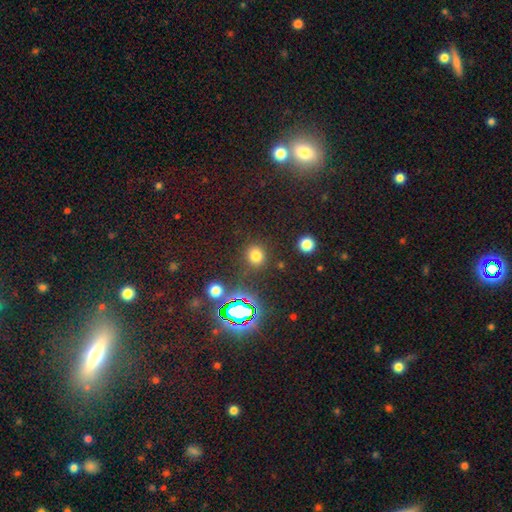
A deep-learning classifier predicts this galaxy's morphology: The model was most divided on "smooth or featured": smooth: 72%, star or artifact: 22%, featured or disk: 6%. More confident: merging — none (86%); how rounded — round (86%).